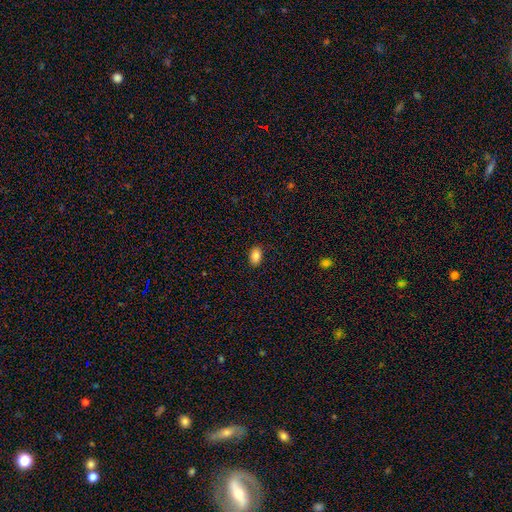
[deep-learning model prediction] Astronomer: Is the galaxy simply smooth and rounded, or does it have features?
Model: smooth — 86%.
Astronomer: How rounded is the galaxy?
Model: in between — 89%.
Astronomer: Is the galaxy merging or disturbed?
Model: none — 88%.